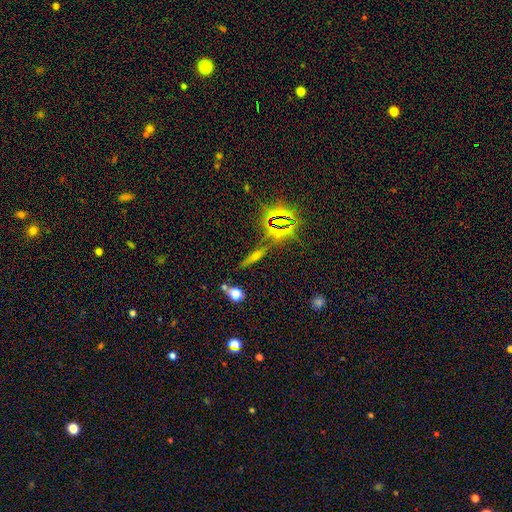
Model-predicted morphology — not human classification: Overall: star or artifact (37%; smooth 33%).